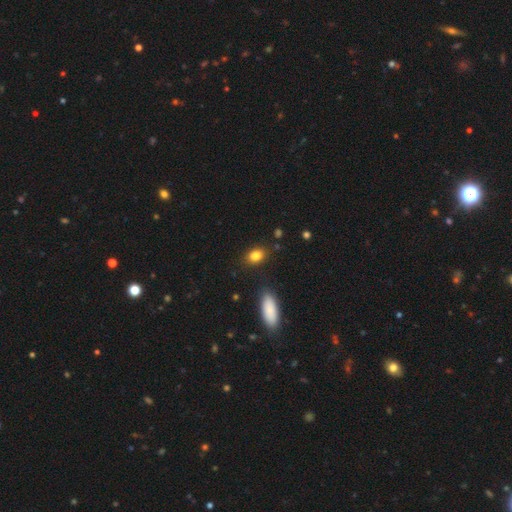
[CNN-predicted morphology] smooth 84%, star or artifact 9%, featured or disk 6%. Down the decision tree: how rounded — in between (75%); merging — none (85%).